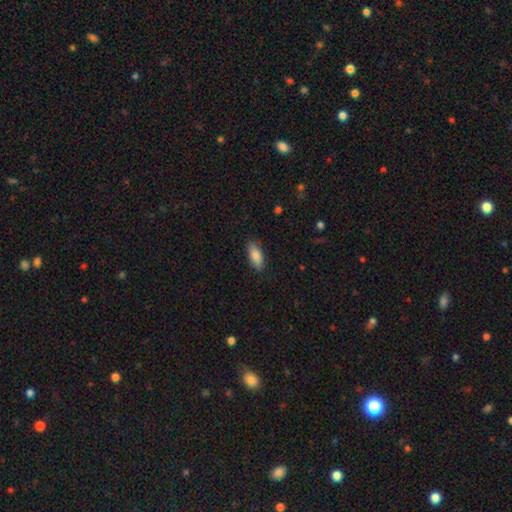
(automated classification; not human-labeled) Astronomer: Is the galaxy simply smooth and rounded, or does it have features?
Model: smooth — 85%.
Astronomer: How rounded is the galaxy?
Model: in between — 80%.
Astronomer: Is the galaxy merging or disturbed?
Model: none — 85%.